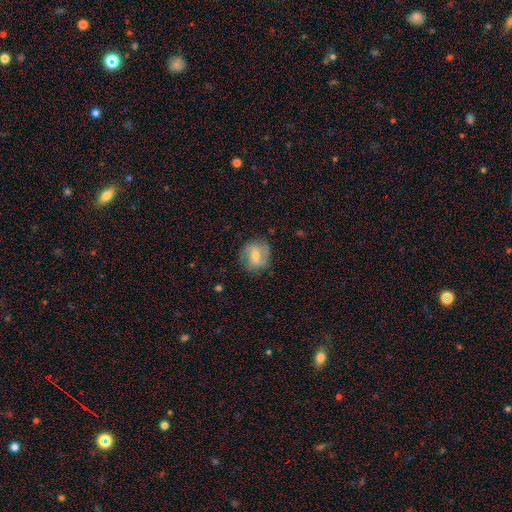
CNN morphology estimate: The model was most divided on "smooth or featured": featured or disk: 49%, smooth: 43%, star or artifact: 8%. More confident: merging — none (75%).